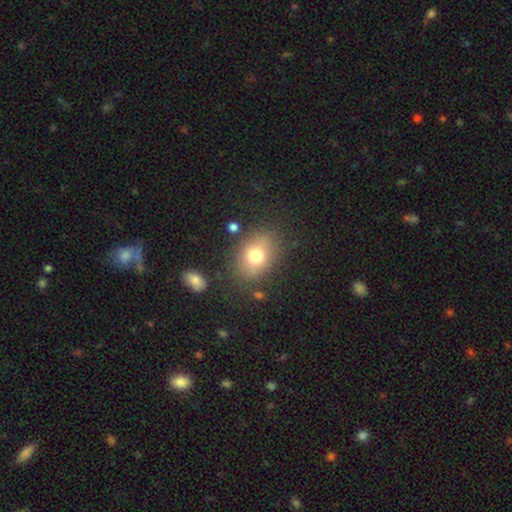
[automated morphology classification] smooth 73%, featured or disk 15%, star or artifact 12%. Down the decision tree: how rounded — in between (66%); merging — none (79%).